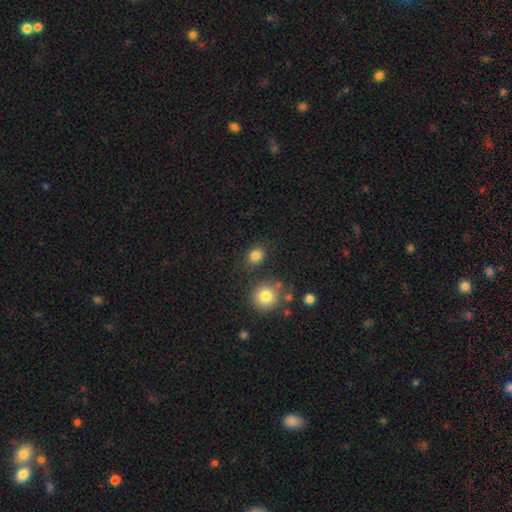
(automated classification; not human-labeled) smooth 83%, star or artifact 12%, featured or disk 5%. Down the decision tree: how rounded — round (54%); merging — none (80%).